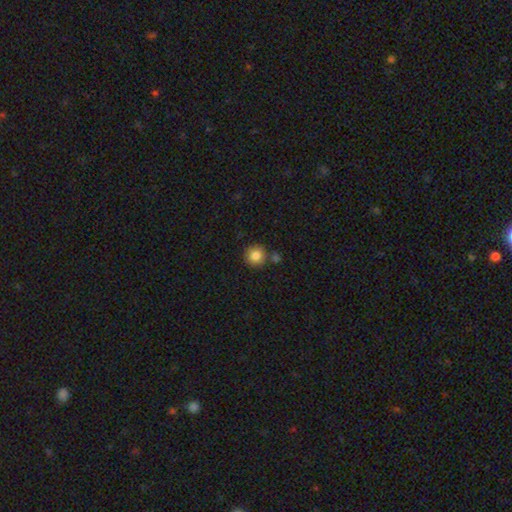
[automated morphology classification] Smooth or featured? smooth (85%)
How rounded? round (94%)
Merging? none (79%)